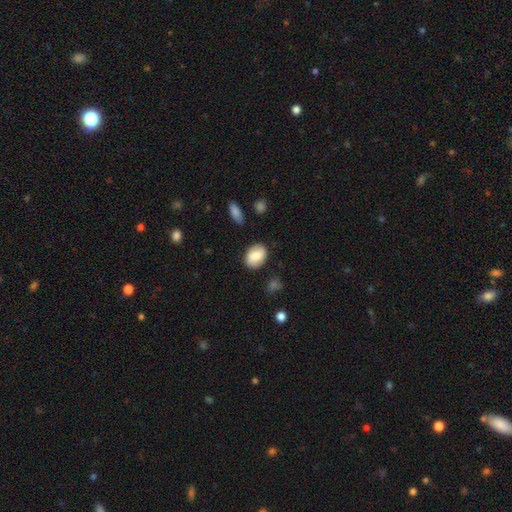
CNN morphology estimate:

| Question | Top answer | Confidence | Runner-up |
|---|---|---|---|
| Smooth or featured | smooth | 74% | featured or disk (19%) |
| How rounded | in between | 73% | round (26%) |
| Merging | none | 83% | minor disturbance (12%) |